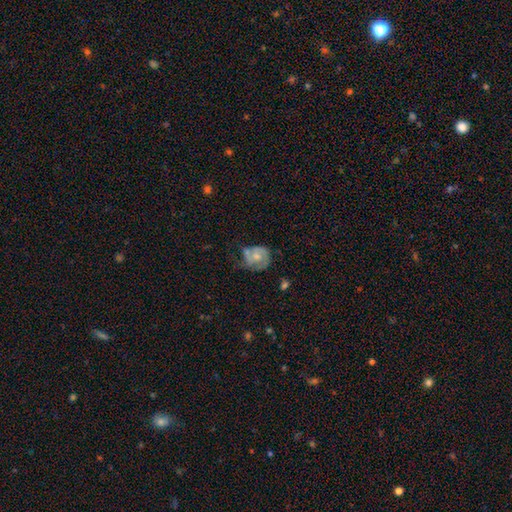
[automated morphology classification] This is possibly a featured or disk galaxy (52%). It is clearly not viewed edge-on (98%). Bar: likely no (78%). Spiral arm pattern: likely yes (63%). Central bulge: possibly moderate (51%). Merging: marginally none (35%).